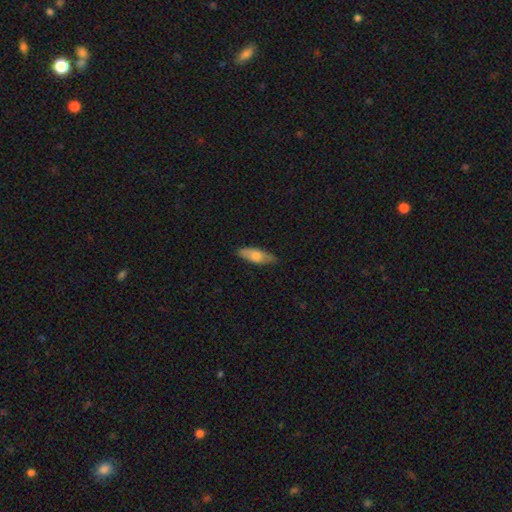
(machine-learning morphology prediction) smooth_or_featured: smooth (p=0.67) [alt: featured or disk p=0.27]
how_rounded: in between (p=0.65) [alt: cigar-shaped p=0.33]
merging: none (p=0.82) [alt: minor disturbance p=0.15]